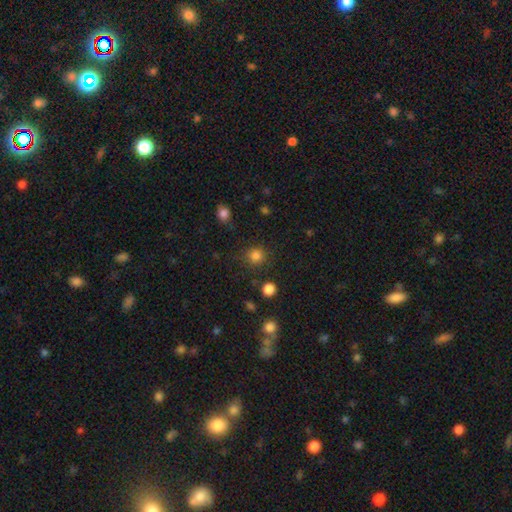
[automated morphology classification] Smooth or featured? smooth (83%)
How rounded? round (91%)
Merging? none (85%)